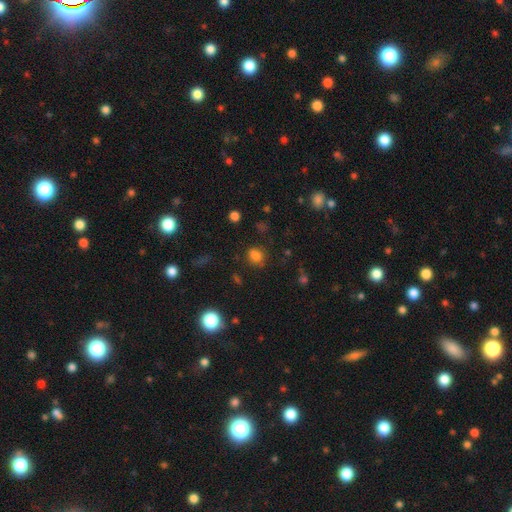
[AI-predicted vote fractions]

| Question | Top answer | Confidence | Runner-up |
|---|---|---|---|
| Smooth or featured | smooth | 78% | star or artifact (17%) |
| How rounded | round | 60% | in between (39%) |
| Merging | none | 76% | minor disturbance (15%) |